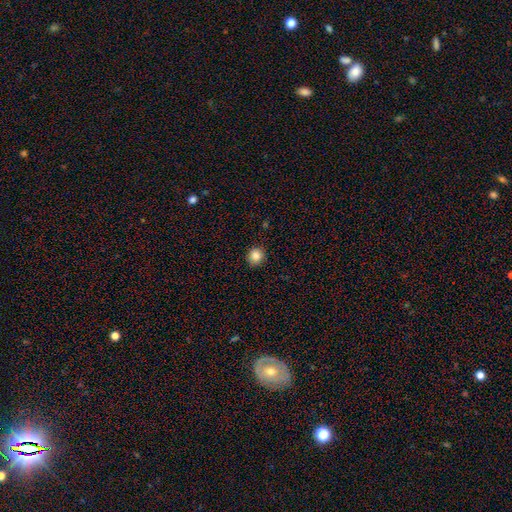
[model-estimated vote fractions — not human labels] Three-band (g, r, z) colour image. It shows a smooth galaxy with no disk features (85%) that is round (86%). Merging: none (89%).